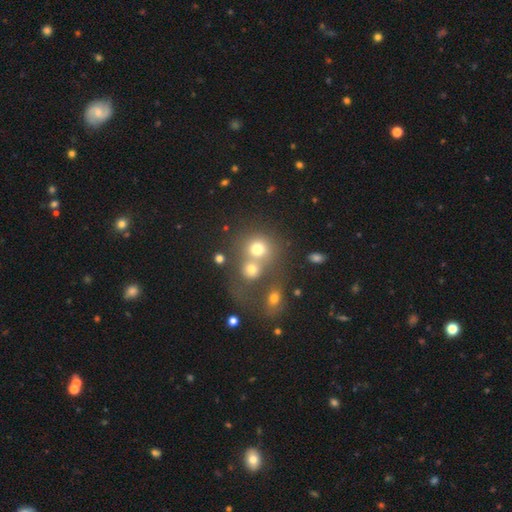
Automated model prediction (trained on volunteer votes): Overall: smooth (58%; star or artifact 25%). How rounded: round (81%). Merging: merger (51%; none 38%).